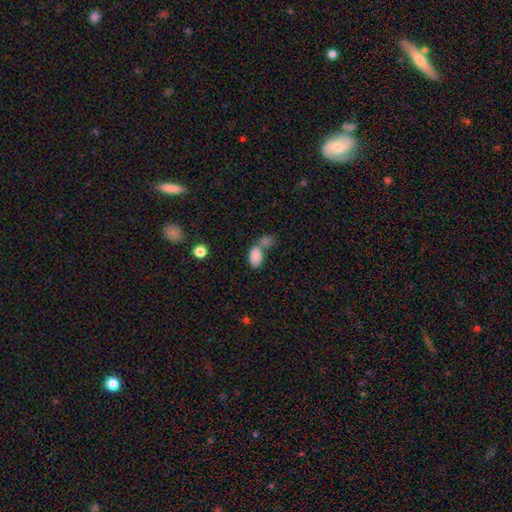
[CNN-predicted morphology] The model was most divided on "merging": merger: 45%, none: 38%, minor disturbance: 12%, major disturbance: 5%. More confident: how rounded — in between (91%); smooth or featured — smooth (86%).